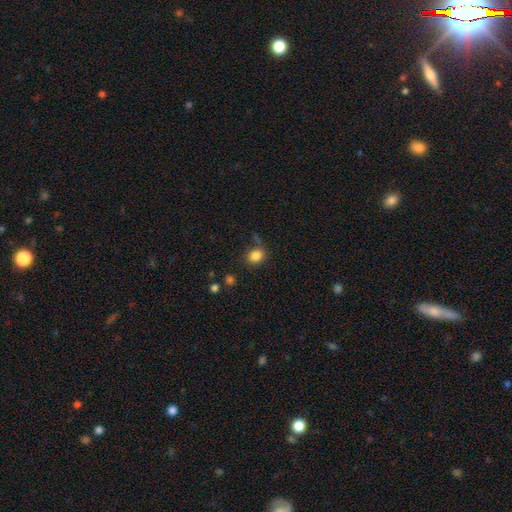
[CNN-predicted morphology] Smooth or featured? smooth (84%)
How rounded? round (61%)
Merging? none (75%)